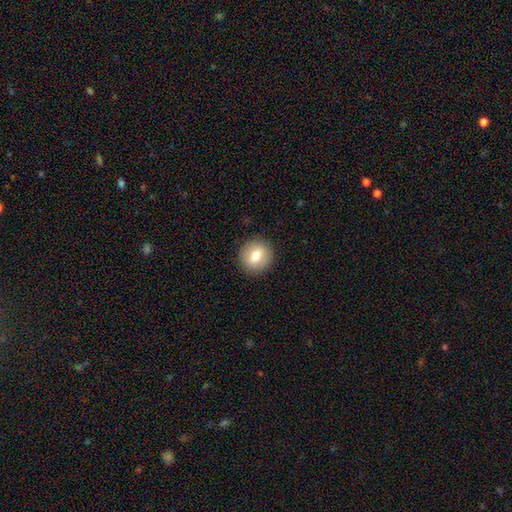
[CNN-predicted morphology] Smooth or featured? smooth (72%)
How rounded? round (85%)
Merging? none (91%)